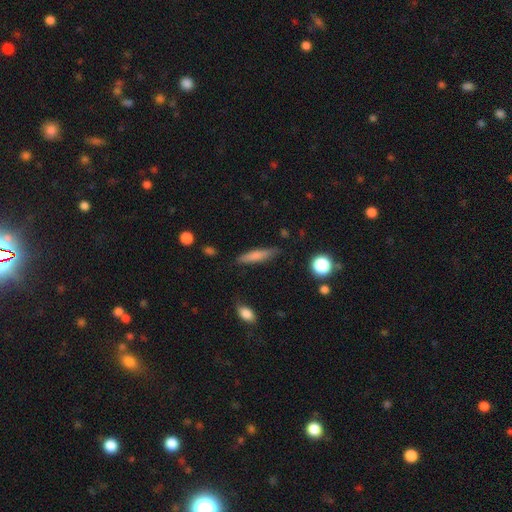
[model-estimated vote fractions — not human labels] A smooth galaxy with no disk features (72%) that is cigar-shaped (81%).

Vote fractions:
- Smooth or featured? smooth: 72% / featured or disk: 21% / star or artifact: 7%
- How rounded? cigar-shaped: 81% / in between: 17% / round: 2%
- Merging? none: 80% / minor disturbance: 14% / major disturbance: 3% / merger: 2%